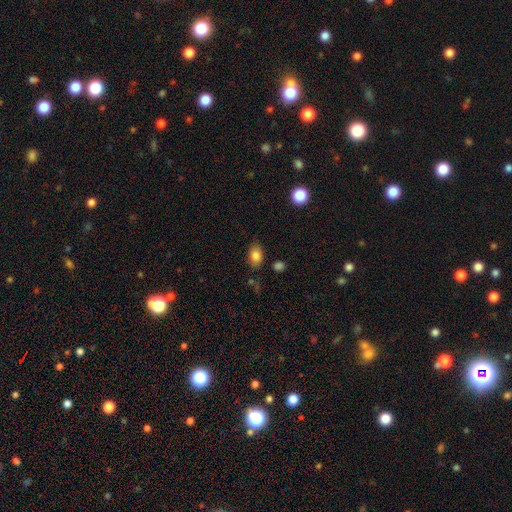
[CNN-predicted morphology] The model was most divided on "merging": none: 79%, minor disturbance: 14%, major disturbance: 4%, merger: 3%. More confident: how rounded — in between (84%); smooth or featured — smooth (83%).